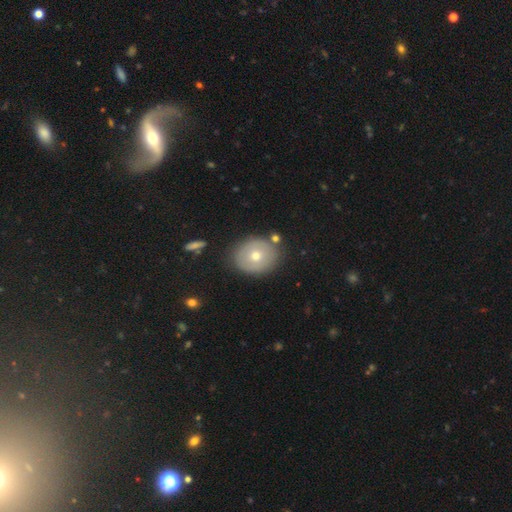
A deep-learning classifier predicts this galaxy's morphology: Q: Smooth or featured?
A: smooth (61%); runner-up: featured or disk (31%)
Q: How rounded?
A: round (61%); runner-up: in between (38%)
Q: Merging?
A: none (81%); runner-up: minor disturbance (12%)